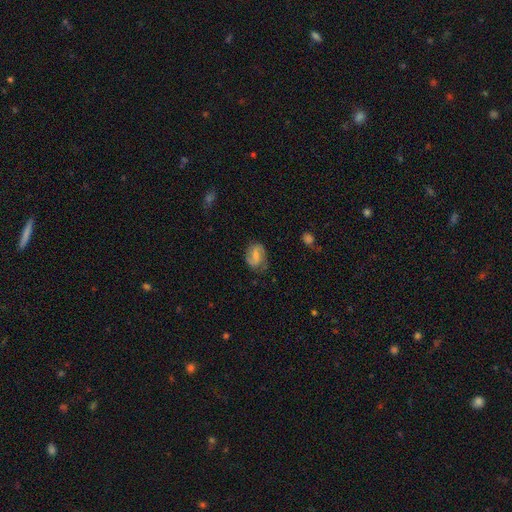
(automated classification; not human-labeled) The model was most divided on "bulge size": small: 44%, moderate: 35%, none: 17%, large: 3%, dominant: 1%. Remaining: edge-on disk — no (97%); spiral arms — yes (89%); spiral arm count — 2 (85%); merging — none (73%); smooth or featured — featured or disk (60%); bar — weak (51%); spiral winding — medium (44%).